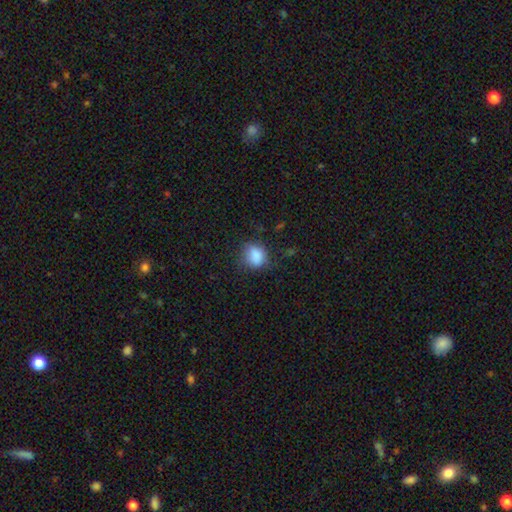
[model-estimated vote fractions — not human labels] smooth_or_featured: smooth (p=0.85) [alt: star or artifact p=0.09]
how_rounded: round (p=0.52) [alt: in between p=0.47]
merging: none (p=0.67) [alt: minor disturbance p=0.23]